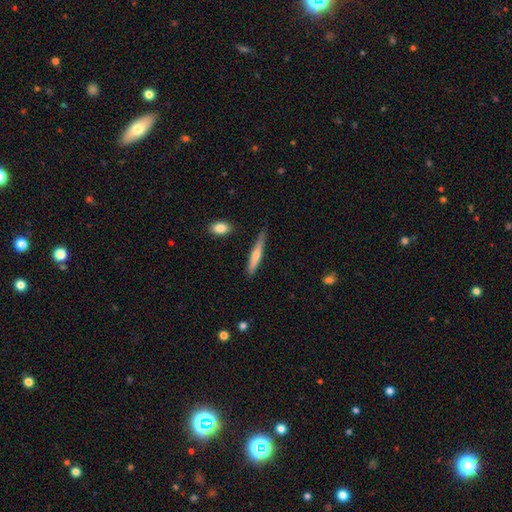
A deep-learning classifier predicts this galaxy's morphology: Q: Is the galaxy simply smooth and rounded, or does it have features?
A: smooth — 55%.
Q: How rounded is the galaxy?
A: cigar-shaped — 92%.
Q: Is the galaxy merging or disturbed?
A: none — 81%.